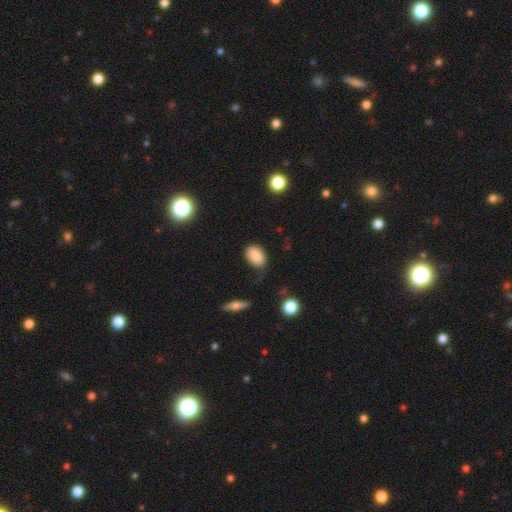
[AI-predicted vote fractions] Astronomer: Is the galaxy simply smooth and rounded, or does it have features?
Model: smooth — 85%.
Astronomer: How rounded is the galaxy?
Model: in between — 83%.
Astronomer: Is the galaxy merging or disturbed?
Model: none — 70%.